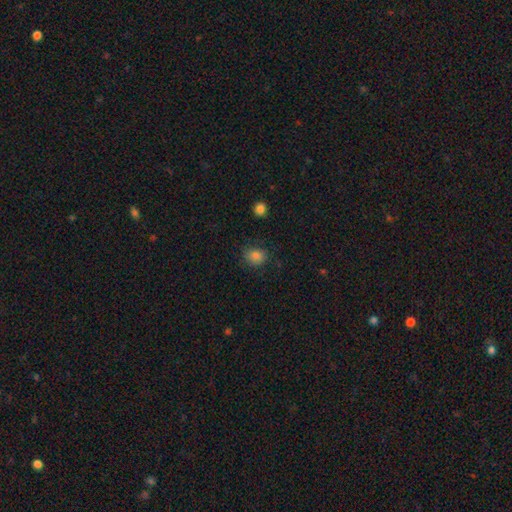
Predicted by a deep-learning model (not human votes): Smooth or featured? smooth (82%)
How rounded? round (69%)
Merging? none (80%)